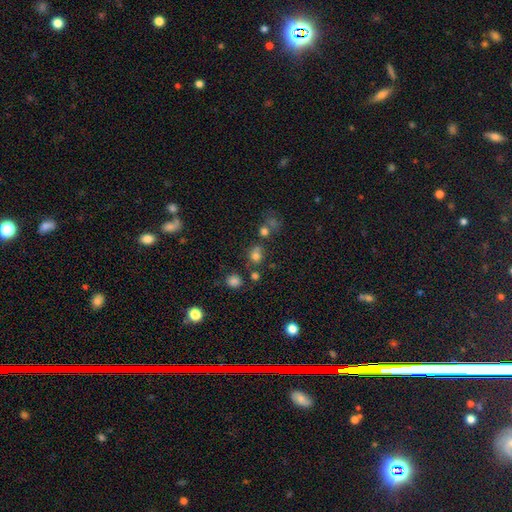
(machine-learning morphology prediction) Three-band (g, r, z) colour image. It shows a smooth galaxy with no disk features (66%) that is round (79%). Merging: none (63%).